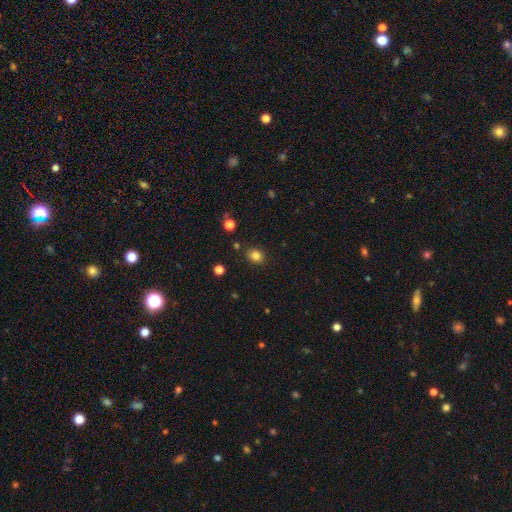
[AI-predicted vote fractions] Smooth or featured? Predicted: smooth (p=0.83). How rounded? Predicted: round (p=0.58). Merging? Predicted: none (p=0.86).